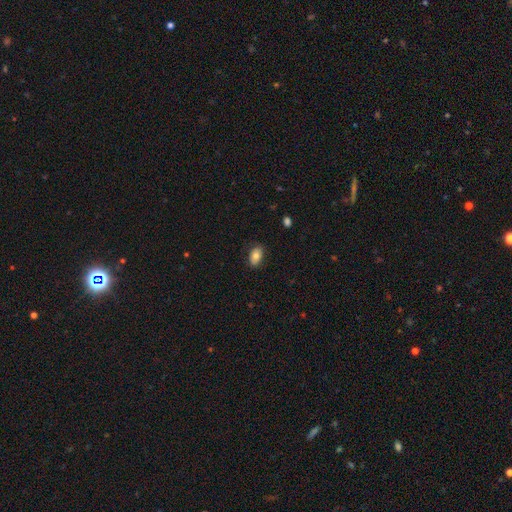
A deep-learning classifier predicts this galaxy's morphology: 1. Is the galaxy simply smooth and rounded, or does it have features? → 78% smooth, 14% featured or disk, 8% star or artifact.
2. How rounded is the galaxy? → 89% in between, 9% round, 2% cigar-shaped.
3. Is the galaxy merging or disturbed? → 82% none, 14% minor disturbance, 3% major disturbance, 1% merger.